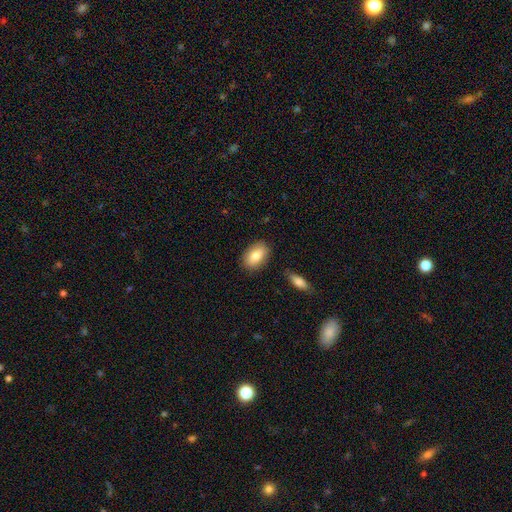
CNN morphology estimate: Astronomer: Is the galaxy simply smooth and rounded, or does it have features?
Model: smooth — 80%.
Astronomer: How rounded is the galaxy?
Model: in between — 90%.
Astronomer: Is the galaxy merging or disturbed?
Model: none — 84%.